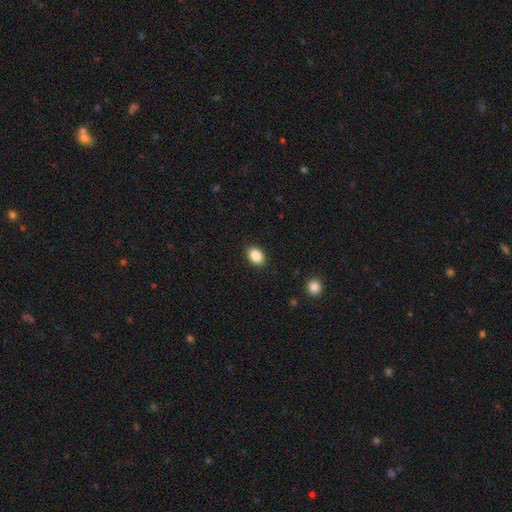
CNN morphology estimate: type=smooth (87%); roundness=in between (83%); merging=none (89%).